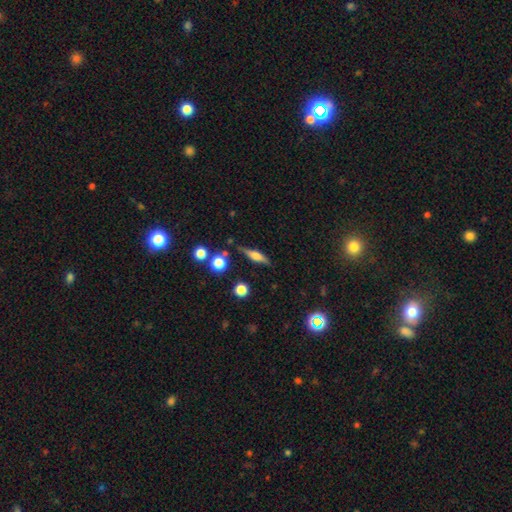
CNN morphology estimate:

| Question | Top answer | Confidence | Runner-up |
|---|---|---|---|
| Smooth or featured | featured or disk | 53% | smooth (39%) |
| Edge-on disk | yes | 93% | no (7%) |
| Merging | none | 80% | minor disturbance (13%) |